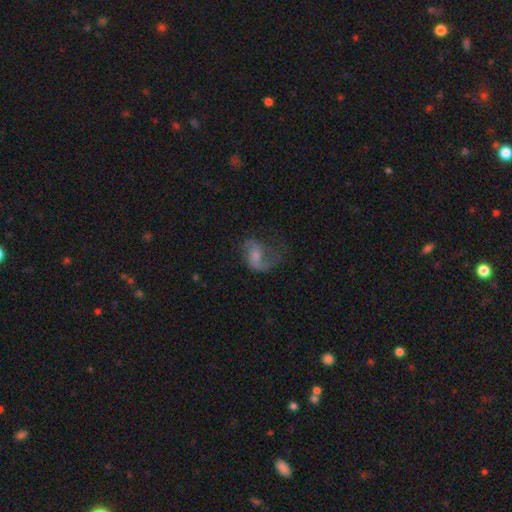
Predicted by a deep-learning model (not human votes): Smooth or featured? Predicted: featured or disk (p=0.69). Edge-on disk? Predicted: no (p=0.97). Bar? Predicted: no (p=0.50). Spiral arms? Predicted: yes (p=0.88). Spiral winding? Predicted: loose (p=0.64). Spiral arm count? Predicted: 2 (p=0.63). Bulge size? Predicted: small (p=0.39). Merging? Predicted: none (p=0.41).